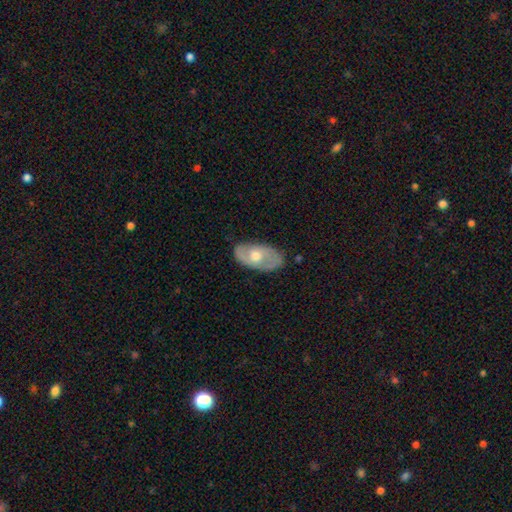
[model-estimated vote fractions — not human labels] This is possibly a featured or disk galaxy (56%). It is clearly not viewed edge-on (89%). Merging: likely none (74%).